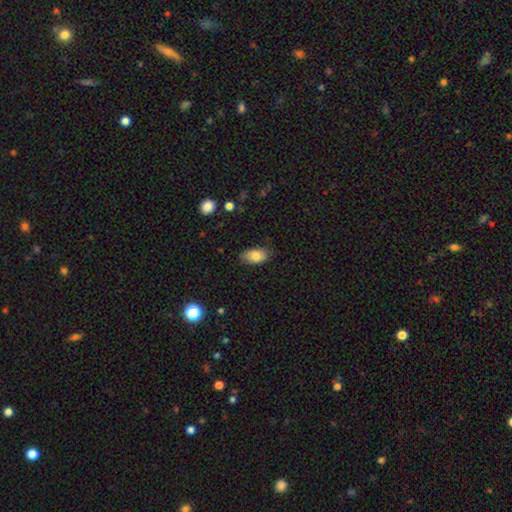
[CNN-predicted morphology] Overall: smooth (81%). How rounded: in between (92%). Merging: none (77%).